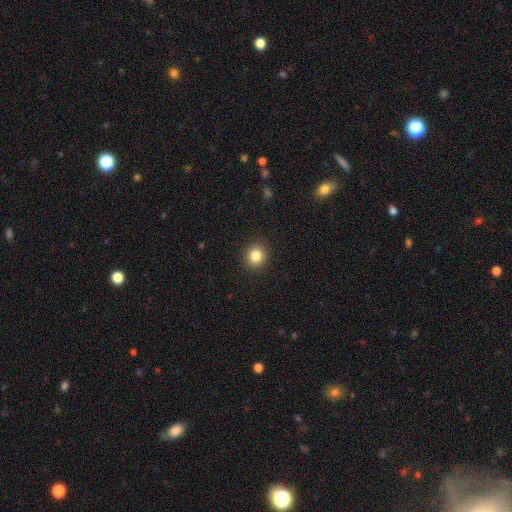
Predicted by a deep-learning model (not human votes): A smooth galaxy with no disk features (84%) that is round (89%).

Vote fractions:
- Smooth or featured? smooth: 84% / star or artifact: 11% / featured or disk: 5%
- How rounded? round: 89% / in between: 10% / cigar-shaped: 1%
- Merging? none: 92% / minor disturbance: 5% / major disturbance: 2% / merger: 1%